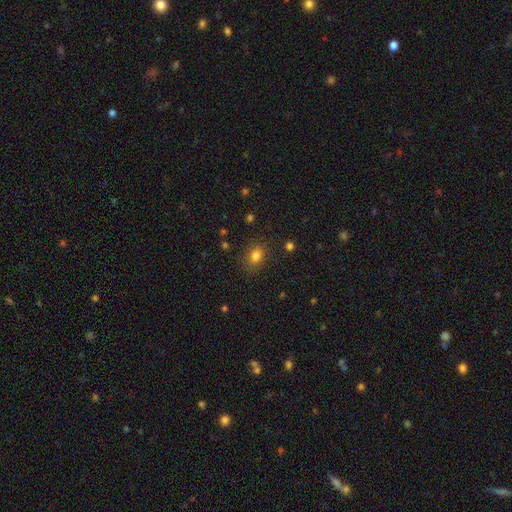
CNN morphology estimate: A smooth galaxy with no disk features (81%) that is in between round and cigar-shaped (62%). Merging: none (82%).